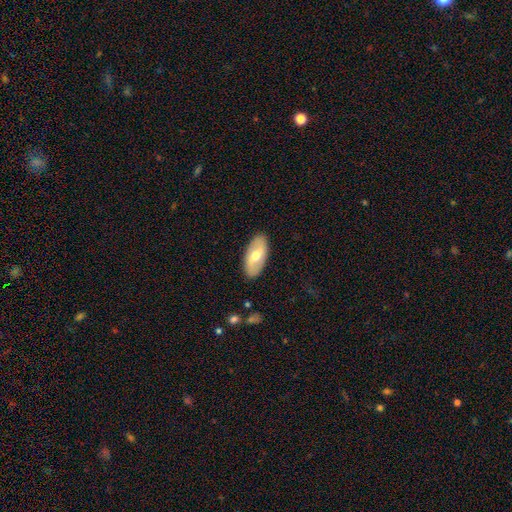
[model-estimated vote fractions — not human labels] A smooth galaxy with no disk features (48%).

Vote fractions:
- Smooth or featured? smooth: 48% / featured or disk: 47% / star or artifact: 5%
- Merging? none: 88% / minor disturbance: 9% / major disturbance: 2% / merger: 1%